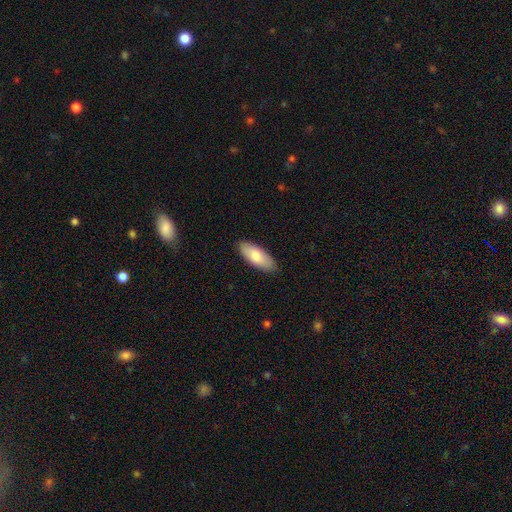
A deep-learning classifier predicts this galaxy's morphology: smooth-or-featured: smooth: 79% | featured or disk: 16% | star or artifact: 5%
  how-rounded: in between: 81% | cigar-shaped: 18% | round: 2%
  merging: none: 87% | minor disturbance: 10% | major disturbance: 2% | merger: 1%